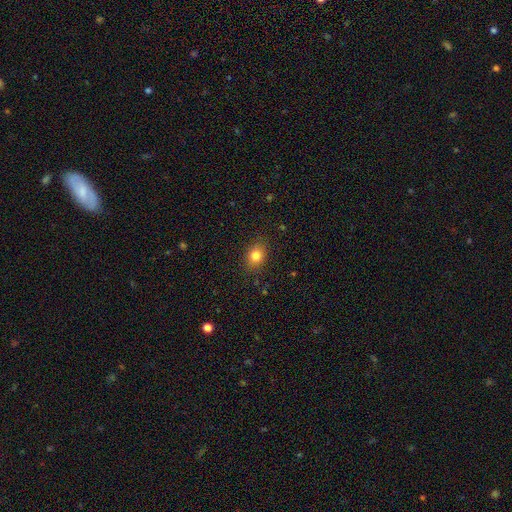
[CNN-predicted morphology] smooth_or_featured: smooth (p=0.81) [alt: star or artifact p=0.11]
how_rounded: in between (p=0.56) [alt: round p=0.43]
merging: none (p=0.86) [alt: minor disturbance p=0.10]